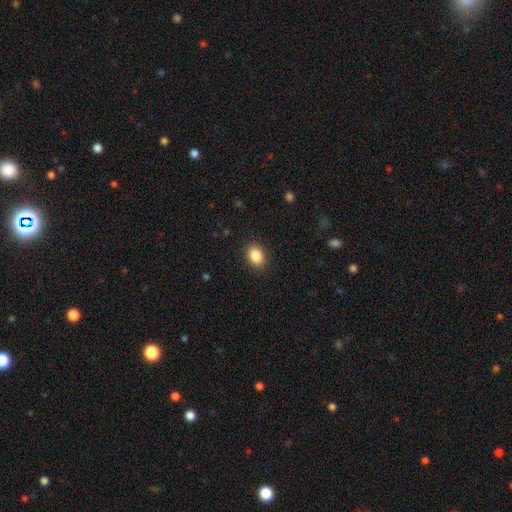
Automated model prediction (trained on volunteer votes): Smooth or featured: smooth — 87% (star or artifact — 8%)
How rounded: in between — 72% (round — 27%)
Merging: none — 89% (minor disturbance — 8%)